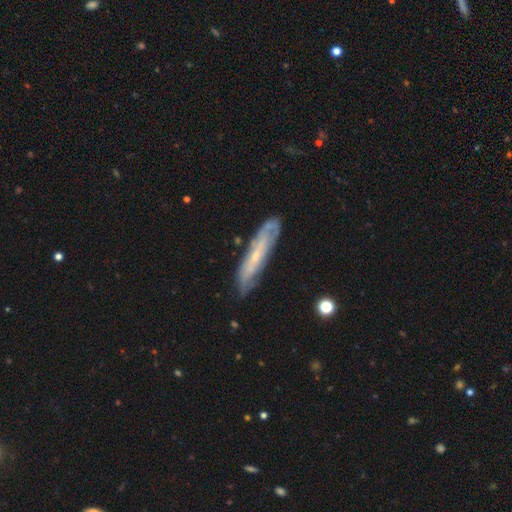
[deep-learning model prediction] A featured or disk galaxy (68%). Merging: none (73%).